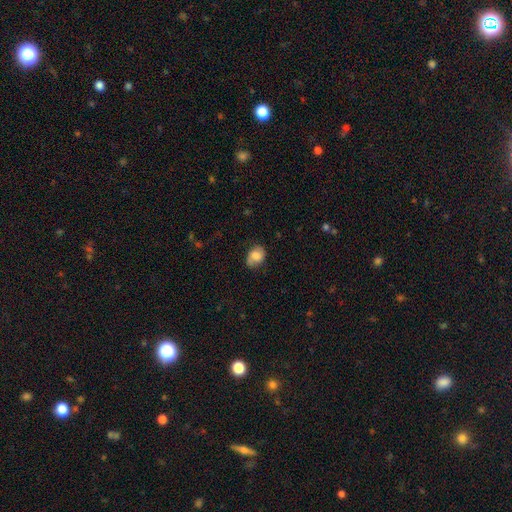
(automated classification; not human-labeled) Smooth or featured? Predicted: smooth (p=0.63). How rounded? Predicted: in between (p=0.57). Merging? Predicted: none (p=0.68).